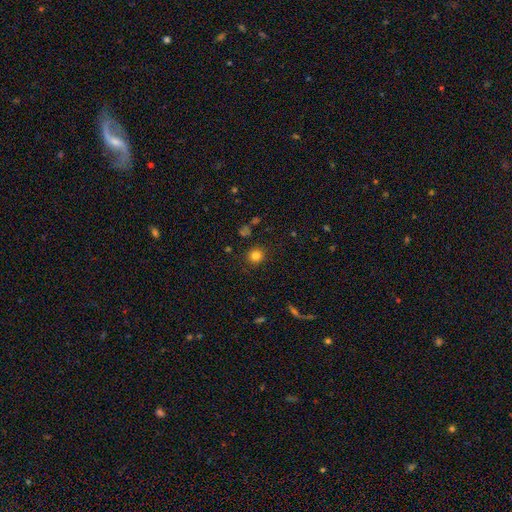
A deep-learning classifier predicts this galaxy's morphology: smooth_or_featured: smooth (p=0.80) [alt: star or artifact p=0.14]
how_rounded: round (p=0.91) [alt: in between p=0.08]
merging: none (p=0.89) [alt: minor disturbance p=0.07]